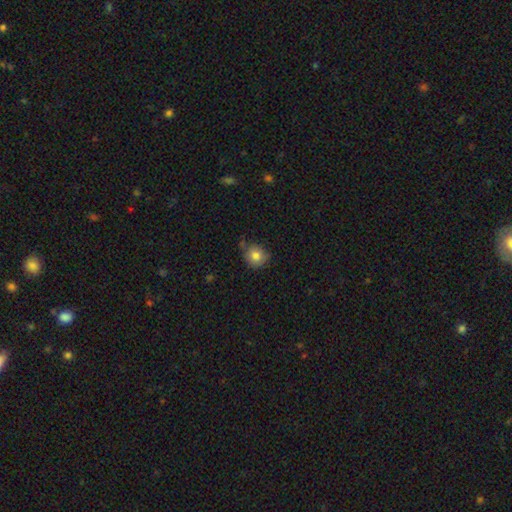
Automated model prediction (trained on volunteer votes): smooth 81%, star or artifact 10%, featured or disk 9%. Down the decision tree: how rounded — round (87%); merging — none (70%).